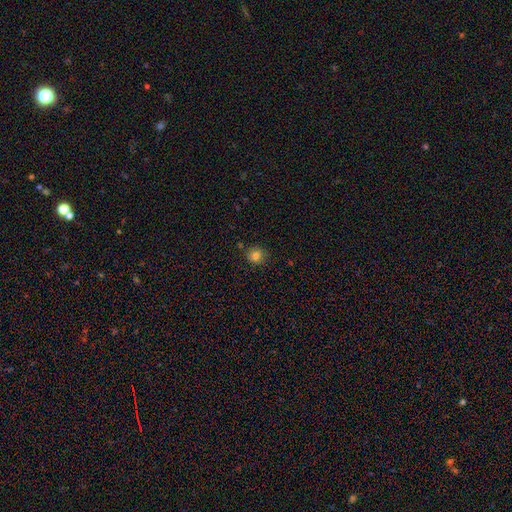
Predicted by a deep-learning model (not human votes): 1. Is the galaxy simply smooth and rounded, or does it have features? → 81% smooth, 13% star or artifact, 6% featured or disk.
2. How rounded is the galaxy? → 86% round, 13% in between, 1% cigar-shaped.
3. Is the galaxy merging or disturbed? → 84% none, 11% minor disturbance, 3% merger, 2% major disturbance.